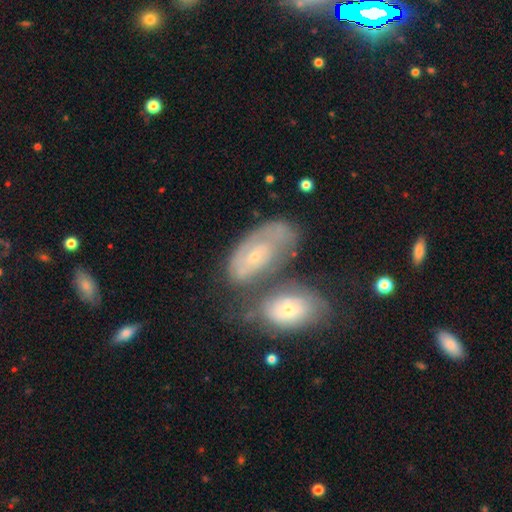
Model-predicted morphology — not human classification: Smooth or featured: featured or disk — 66% (smooth — 26%)
Edge-on disk: no — 92% (yes — 8%)
Bar: no — 74% (weak — 21%)
Spiral arms: yes — 73% (no — 27%)
Bulge size: small — 73% (moderate — 22%)
Merging: none — 41% (merger — 30%)